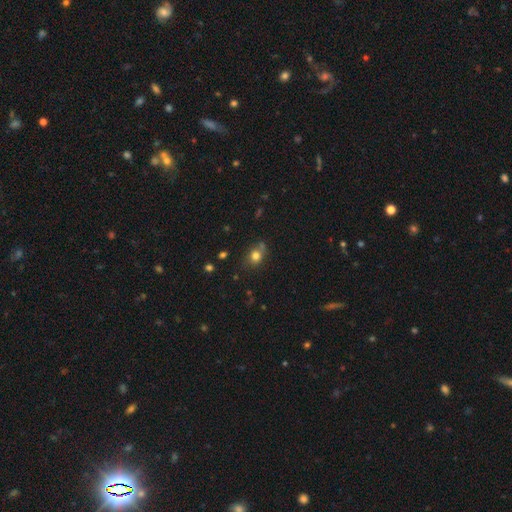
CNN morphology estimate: This is likely a smooth galaxy (77%). How rounded: likely round (63%). Merging: likely none (61%).